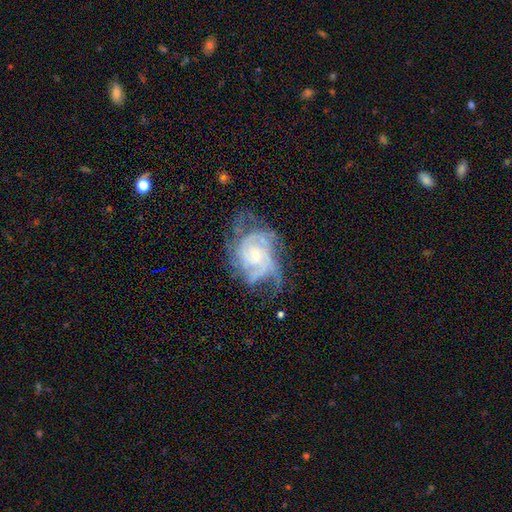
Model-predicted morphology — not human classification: A featured or disk galaxy (89%) with no bar (69%), 3 (26%) tight (61%) spiral arms (97%) and a small central bulge (66%).

Vote fractions:
- Smooth or featured? featured or disk: 89% / smooth: 6% / star or artifact: 6%
- Edge-on disk? no: 98% / yes: 2%
- Bar? no: 69% / weak: 25% / strong: 6%
- Spiral arms? yes: 97% / no: 3%
- Spiral winding? tight: 61% / medium: 32% / loose: 7%
- Spiral arm count? 3: 26% / can't tell: 23% / 2: 20% / 4: 18% / more than 4: 7% / 1: 6%
- Bulge size? small: 66% / moderate: 30% / none: 2% / large: 2% / dominant: 1%
- Merging? none: 55% / minor disturbance: 23% / major disturbance: 19% / merger: 2%